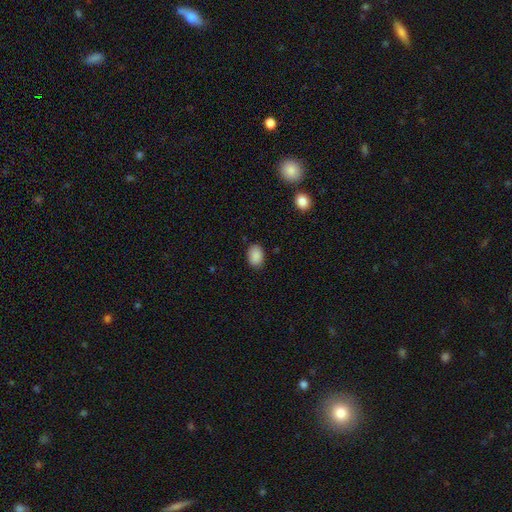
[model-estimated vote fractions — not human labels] Smooth or featured: smooth — 89% (star or artifact — 8%)
How rounded: in between — 80% (round — 19%)
Merging: none — 85% (minor disturbance — 11%)